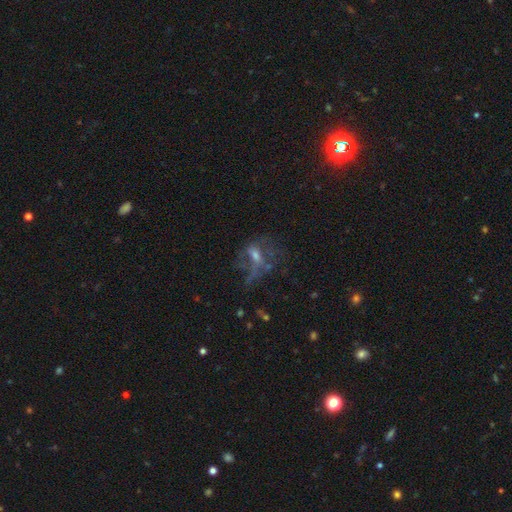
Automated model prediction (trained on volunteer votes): Smooth or featured?
  - featured or disk: 52% *
  - smooth: 25%
  - star or artifact: 23%
Edge-on disk?
  - no: 92% *
  - yes: 8%
Merging?
  - major disturbance: 44% *
  - none: 35%
  - minor disturbance: 16%
  - merger: 5%